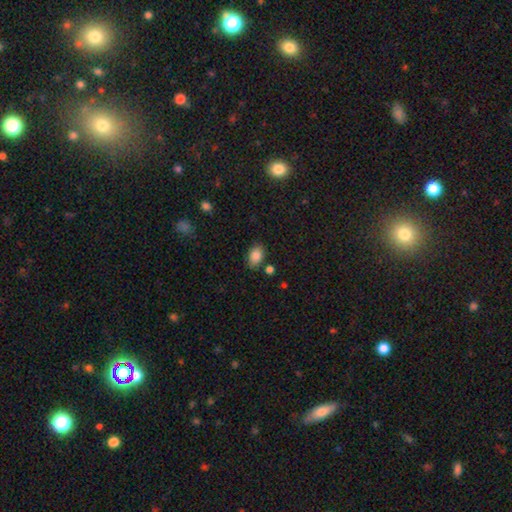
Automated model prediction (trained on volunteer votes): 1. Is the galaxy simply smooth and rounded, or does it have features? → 86% smooth, 8% star or artifact, 6% featured or disk.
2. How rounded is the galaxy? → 85% in between, 14% round, 1% cigar-shaped.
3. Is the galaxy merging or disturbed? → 79% none, 13% minor disturbance, 5% merger, 3% major disturbance.